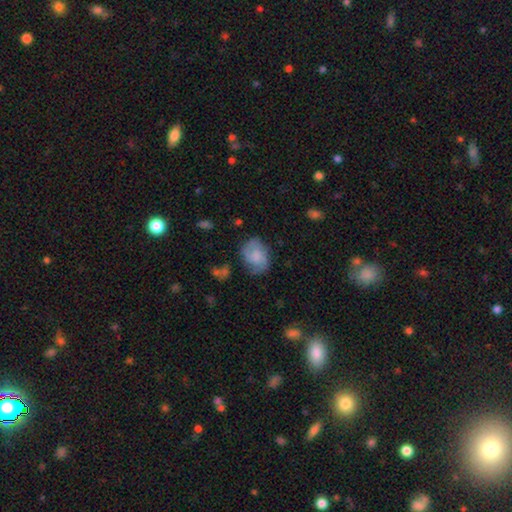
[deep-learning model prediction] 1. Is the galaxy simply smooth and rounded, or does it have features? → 56% smooth, 36% featured or disk, 8% star or artifact.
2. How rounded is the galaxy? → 65% in between, 33% round, 1% cigar-shaped.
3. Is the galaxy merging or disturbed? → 63% none, 24% minor disturbance, 10% major disturbance, 3% merger.